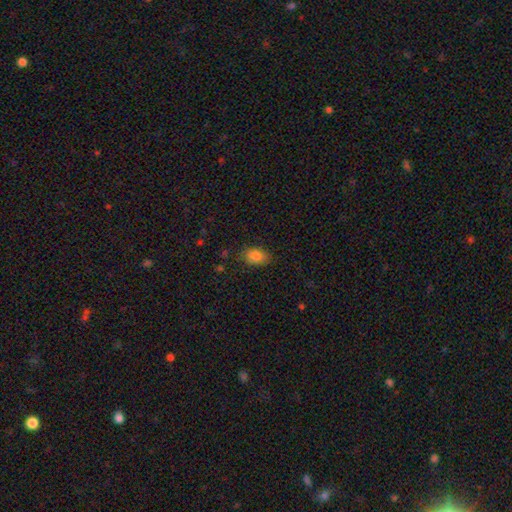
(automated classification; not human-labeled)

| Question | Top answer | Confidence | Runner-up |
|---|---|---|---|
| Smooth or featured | smooth | 84% | star or artifact (9%) |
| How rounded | in between | 86% | round (12%) |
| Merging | none | 82% | minor disturbance (13%) |